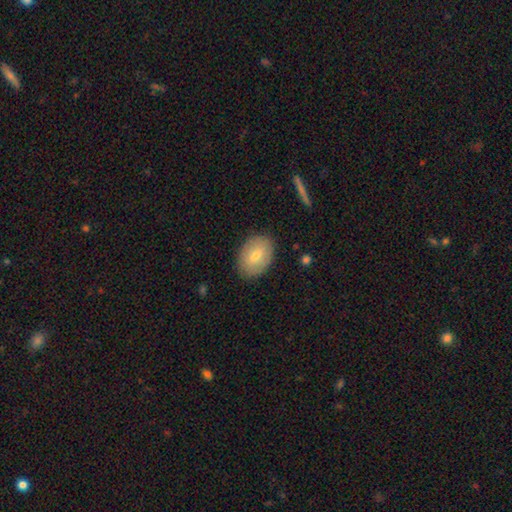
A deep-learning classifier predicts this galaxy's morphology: Q: Smooth or featured?
A: smooth (69%); runner-up: featured or disk (24%)
Q: How rounded?
A: in between (77%); runner-up: round (21%)
Q: Merging?
A: none (87%); runner-up: minor disturbance (10%)